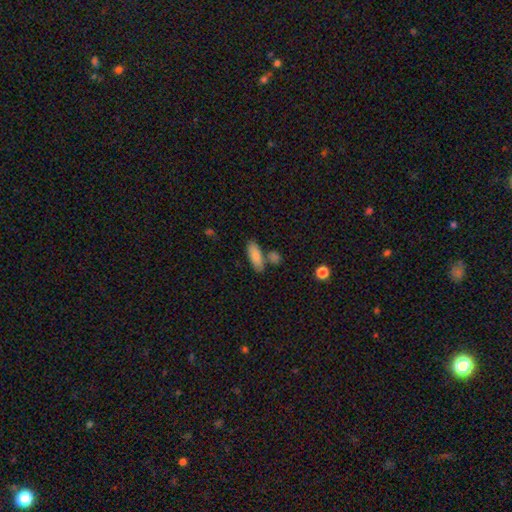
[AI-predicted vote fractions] Q: Smooth or featured?
A: smooth (85%); runner-up: featured or disk (9%)
Q: How rounded?
A: in between (68%); runner-up: cigar-shaped (29%)
Q: Merging?
A: none (67%); runner-up: merger (16%)